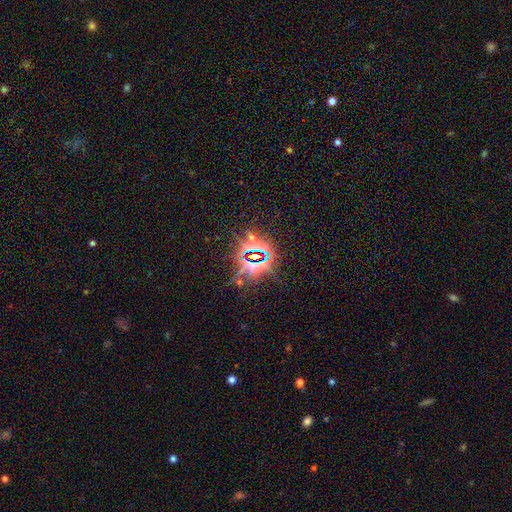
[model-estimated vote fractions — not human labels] smooth_or_featured: star or artifact (p=0.82) [alt: smooth p=0.09]